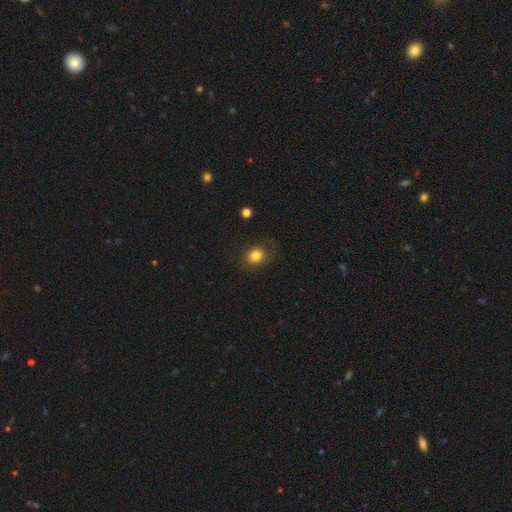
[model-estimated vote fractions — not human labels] smooth 81%, star or artifact 11%, featured or disk 8%. Down the decision tree: how rounded — round (74%); merging — none (76%).